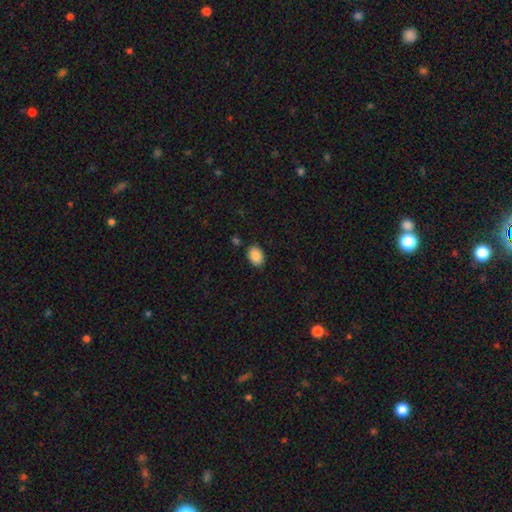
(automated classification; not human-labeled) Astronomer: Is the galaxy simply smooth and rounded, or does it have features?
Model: smooth — 88%.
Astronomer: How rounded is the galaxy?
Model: in between — 82%.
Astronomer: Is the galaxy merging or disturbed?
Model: none — 86%.